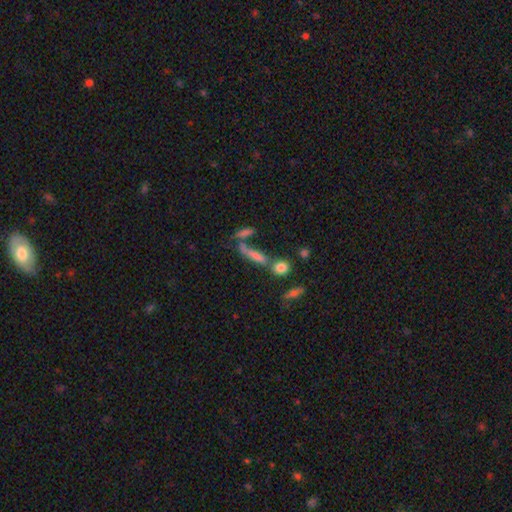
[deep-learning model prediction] Overall: smooth (45%; featured or disk 34%). Merging: none (46%; merger 31%).